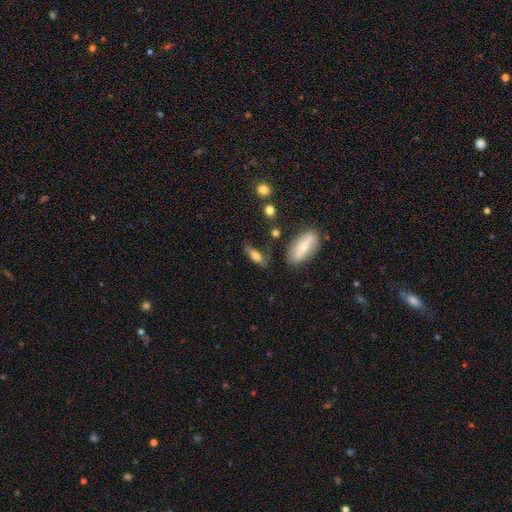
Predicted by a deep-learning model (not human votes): Overall: smooth (63%; featured or disk 27%). How rounded: in between (59%; cigar-shaped 36%). Merging: none (59%; minor disturbance 23%).